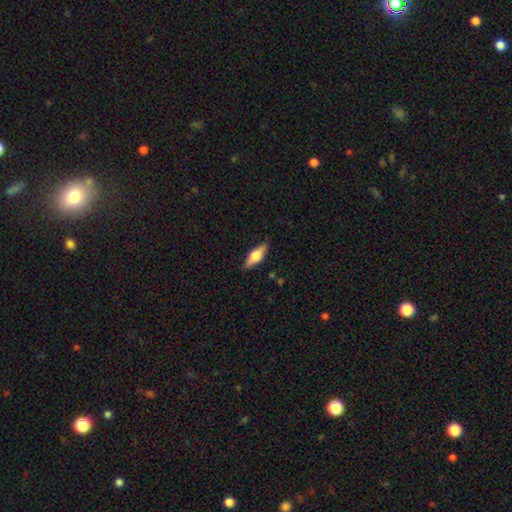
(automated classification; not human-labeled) A smooth galaxy with no disk features (47%, tied with featured or disk).

Vote fractions:
- Smooth or featured? smooth: 47% (tied) / featured or disk: 47% (tied) / star or artifact: 6%
- Merging? none: 87% / minor disturbance: 10% / major disturbance: 2% / merger: 1%